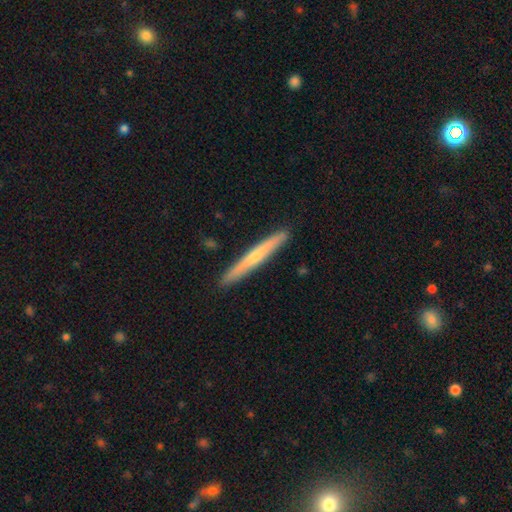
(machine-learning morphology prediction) featured or disk 48%, smooth 46%, star or artifact 5%. Down the decision tree: merging — none (92%).